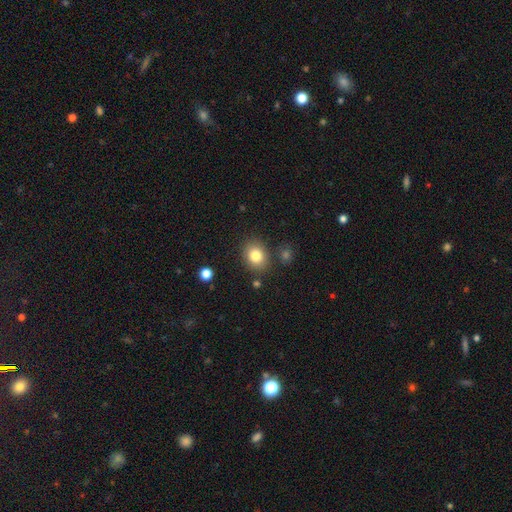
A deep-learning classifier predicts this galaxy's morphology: smooth 82%, star or artifact 10%, featured or disk 8%. Down the decision tree: how rounded — round (51%); merging — none (81%).